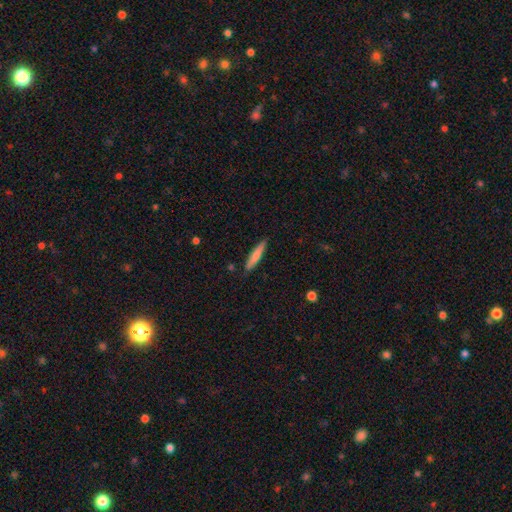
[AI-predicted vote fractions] smooth 74%, featured or disk 21%, star or artifact 6%. Down the decision tree: how rounded — cigar-shaped (89%); merging — none (85%).